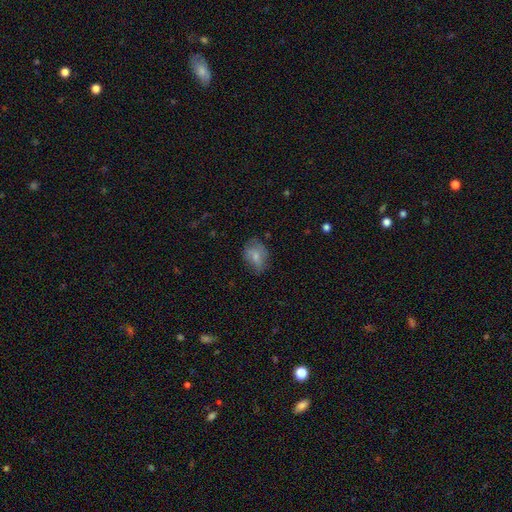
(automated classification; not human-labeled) smooth_or_featured: smooth (p=0.69) [alt: featured or disk p=0.22]
how_rounded: in between (p=0.64) [alt: round p=0.34]
merging: none (p=0.55) [alt: minor disturbance p=0.30]